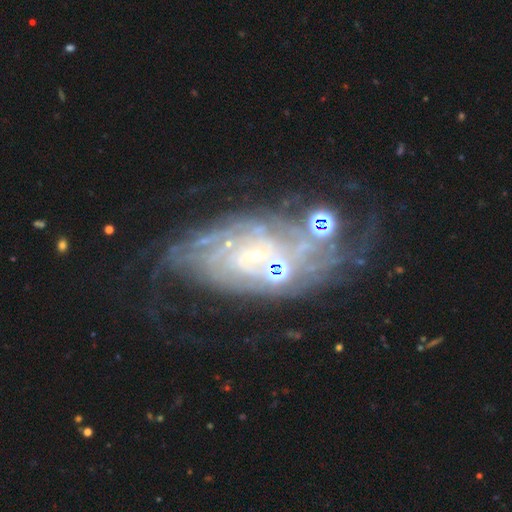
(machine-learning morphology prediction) Smooth or featured? Predicted: featured or disk (p=0.82). Edge-on disk? Predicted: no (p=0.95). Bar? Predicted: no (p=0.62). Spiral arms? Predicted: yes (p=0.88). Spiral winding? Predicted: tight (p=0.61). Spiral arm count? Predicted: can't tell (p=0.47). Bulge size? Predicted: small (p=0.76). Merging? Predicted: none (p=0.50).